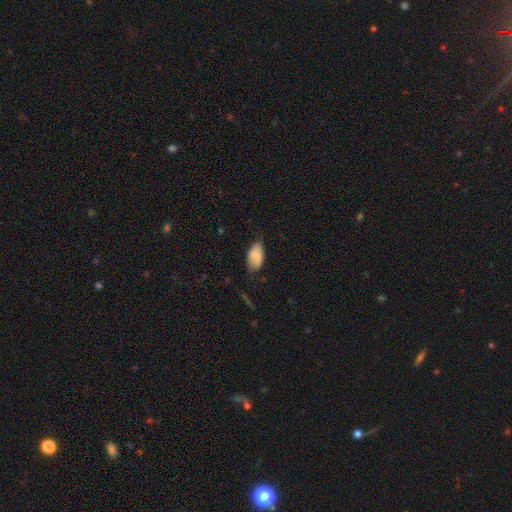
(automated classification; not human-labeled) smooth 82%, featured or disk 11%, star or artifact 7%. Down the decision tree: how rounded — in between (93%); merging — none (61%).